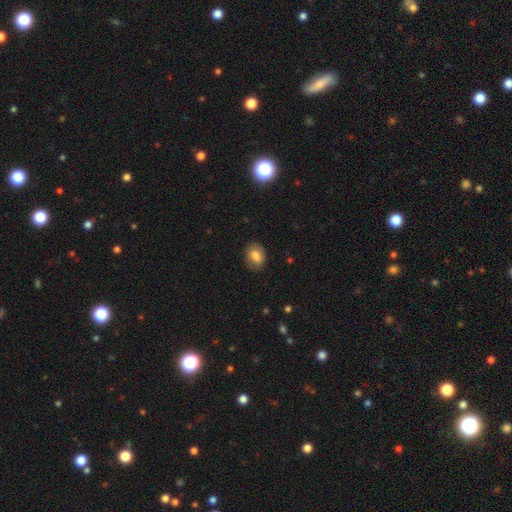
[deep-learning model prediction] Smooth or featured: smooth — 79% (featured or disk — 13%)
How rounded: in between — 67% (round — 32%)
Merging: none — 81% (minor disturbance — 14%)